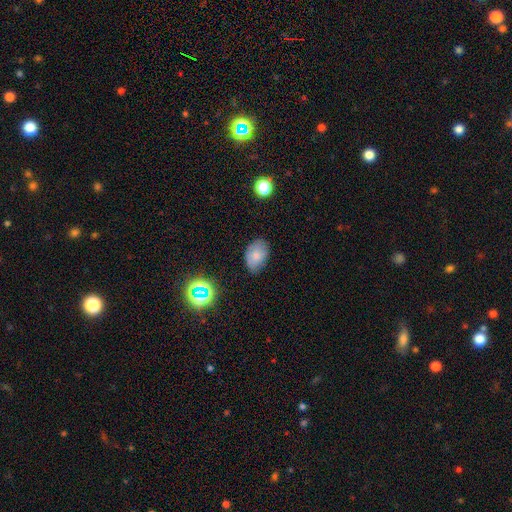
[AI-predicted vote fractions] smooth_or_featured: smooth (p=0.76) [alt: featured or disk p=0.13]
how_rounded: in between (p=0.83) [alt: round p=0.15]
merging: none (p=0.73) [alt: minor disturbance p=0.21]